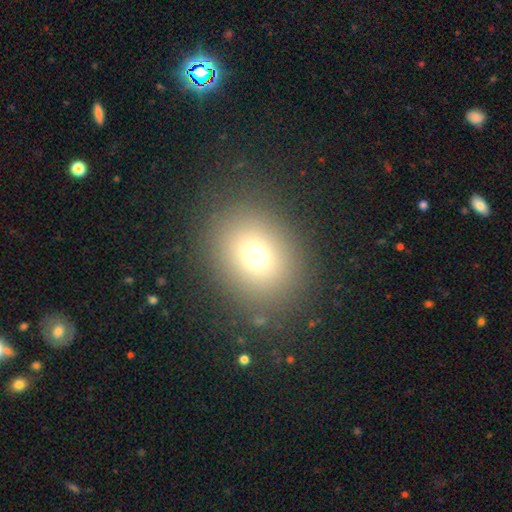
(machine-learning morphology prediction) smooth-or-featured: smooth: 69% | star or artifact: 20% | featured or disk: 11%
  how-rounded: round: 65% | in between: 34% | cigar-shaped: 1%
  merging: none: 85% | minor disturbance: 8% | major disturbance: 6% | merger: 2%